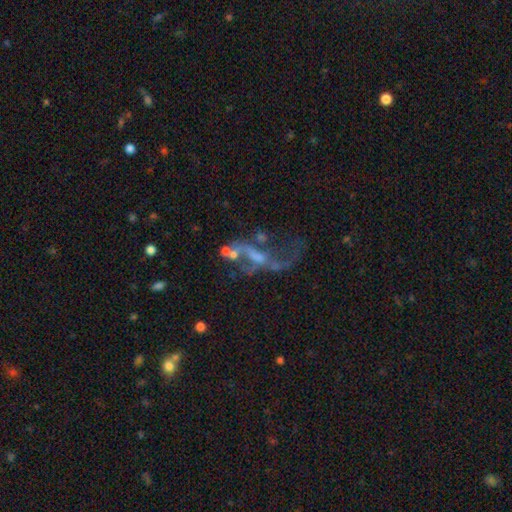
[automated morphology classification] A featured or disk galaxy (69%) with no bar (48%), spiral arms (55%) and no central bulge (39%).

Vote fractions:
- Smooth or featured? featured or disk: 69% / star or artifact: 17% / smooth: 14%
- Edge-on disk? no: 93% / yes: 7%
- Bar? no: 48% / weak: 35% / strong: 17%
- Spiral arms? yes: 55% / no: 45%
- Bulge size? none: 39% / small: 32% / moderate: 23% / large: 4% / dominant: 2%
- Merging? major disturbance: 39% / none: 28% / merger: 21% / minor disturbance: 13%